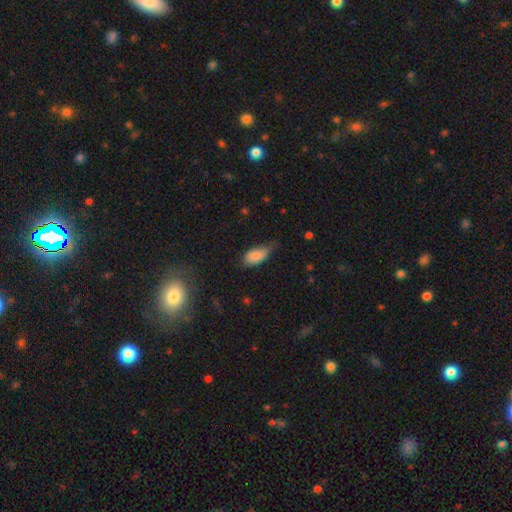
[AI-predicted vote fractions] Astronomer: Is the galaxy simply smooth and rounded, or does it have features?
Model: smooth — 82%.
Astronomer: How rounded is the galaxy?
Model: in between — 92%.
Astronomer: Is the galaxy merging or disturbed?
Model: none — 45% (runner-up: minor disturbance, 42%).